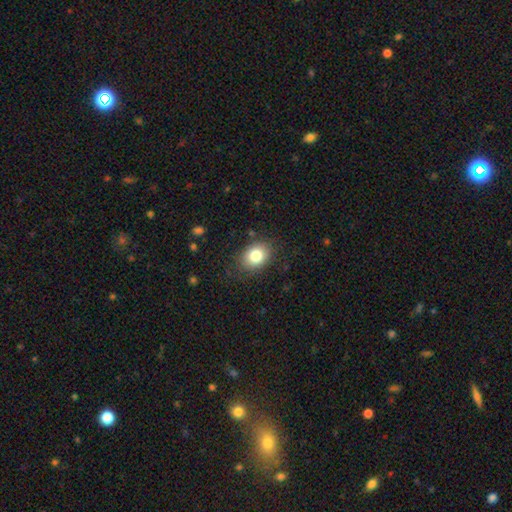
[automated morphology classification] smooth 81%, featured or disk 10%, star or artifact 9%. Down the decision tree: how rounded — in between (62%); merging — none (82%).